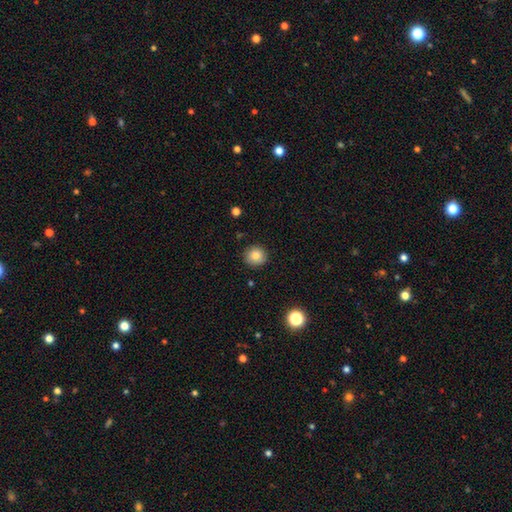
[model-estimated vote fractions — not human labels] Smooth or featured? smooth (84%)
How rounded? round (91%)
Merging? none (89%)